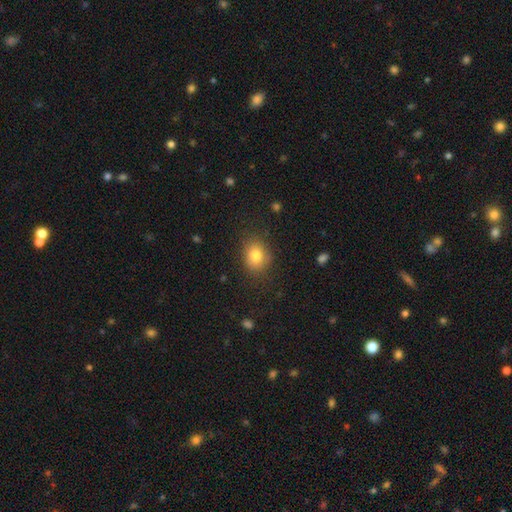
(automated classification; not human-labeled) smooth 81%, star or artifact 10%, featured or disk 8%. Down the decision tree: how rounded — round (50%); merging — none (82%).